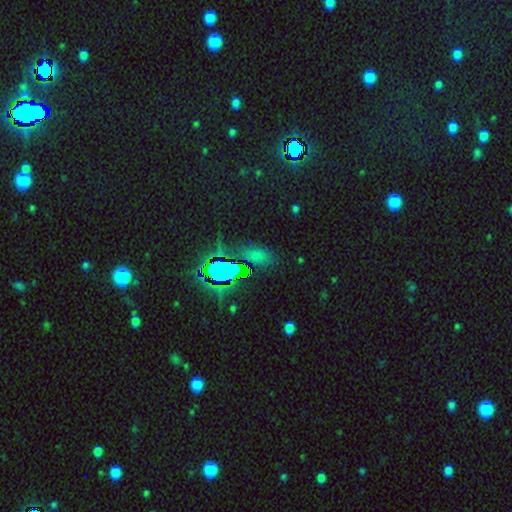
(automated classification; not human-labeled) A star or artifact, not a galaxy (50%).

Vote fractions:
- Smooth or featured? star or artifact: 50% / smooth: 39% / featured or disk: 11%